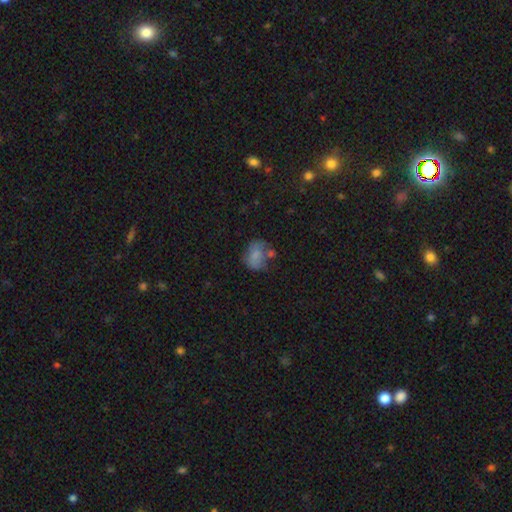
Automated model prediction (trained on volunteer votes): Smooth or featured? smooth (70%)
How rounded? in between (51%)
Merging? none (39%)